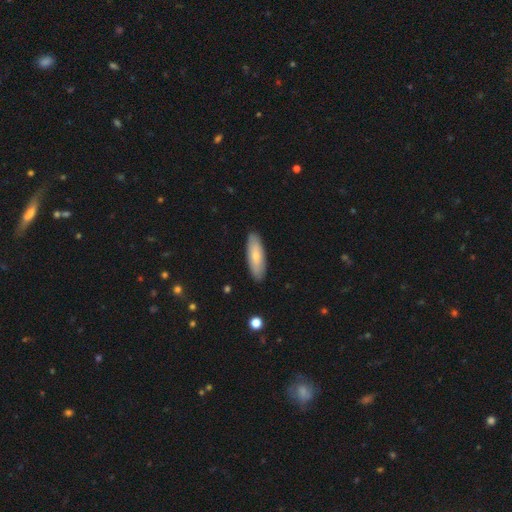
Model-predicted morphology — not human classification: A smooth galaxy with no disk features (67%) that is in between round and cigar-shaped (59%). Merging: none (89%).